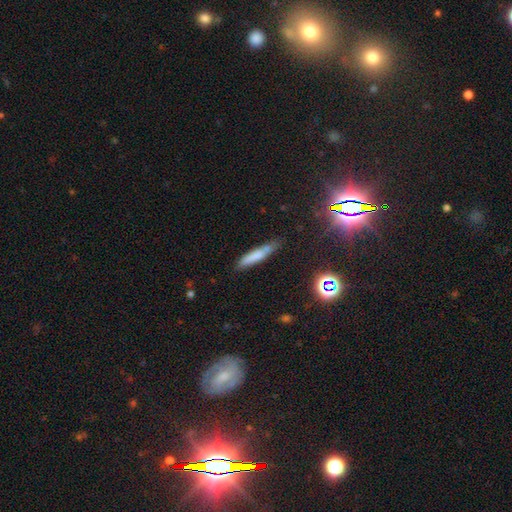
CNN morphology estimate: This is likely a smooth galaxy (71%). How rounded: clearly cigar-shaped (85%). Merging: likely none (65%).